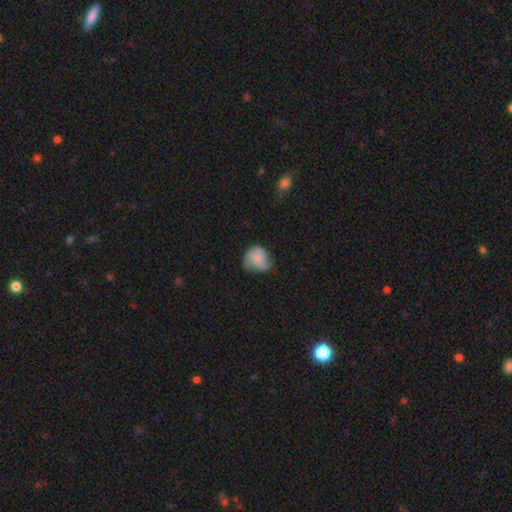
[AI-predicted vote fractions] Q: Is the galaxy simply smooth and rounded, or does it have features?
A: smooth — 62%.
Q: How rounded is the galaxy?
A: round — 63%.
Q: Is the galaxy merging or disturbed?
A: none — 43%.